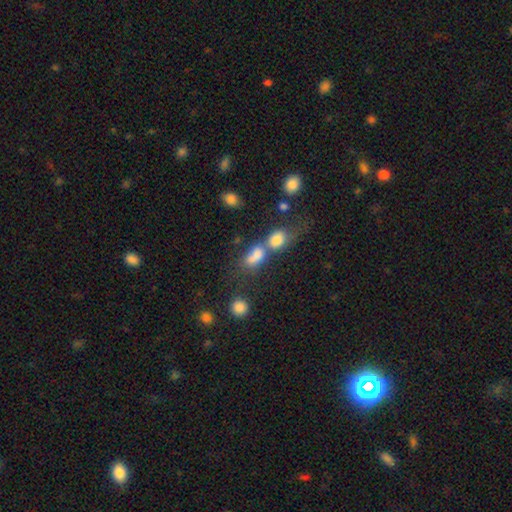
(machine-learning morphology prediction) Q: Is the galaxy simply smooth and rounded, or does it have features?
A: smooth — 76%.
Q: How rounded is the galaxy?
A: in between — 72%.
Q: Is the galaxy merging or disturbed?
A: merger — 65%.